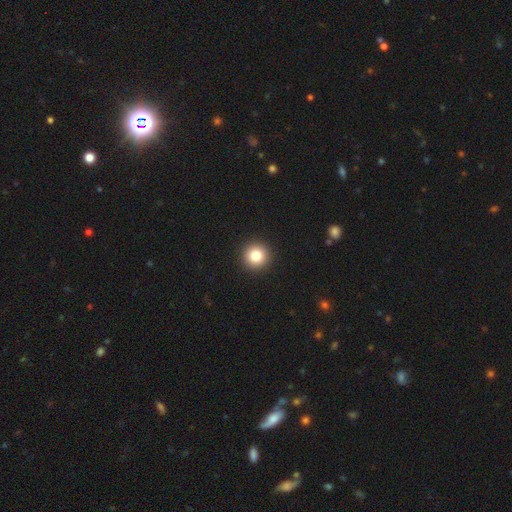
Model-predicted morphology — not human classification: type=smooth (83%); roundness=round (95%); merging=none (94%).